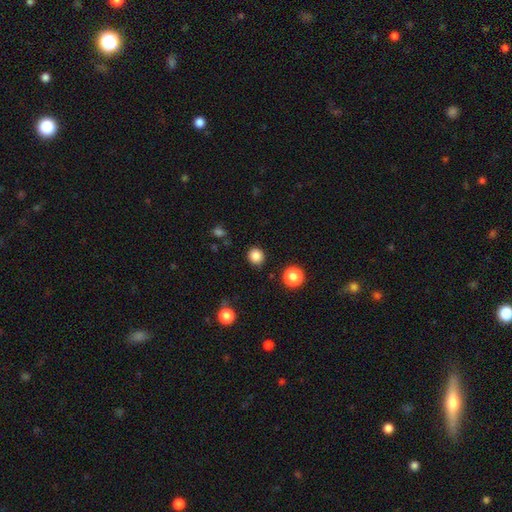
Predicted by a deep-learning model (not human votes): A smooth galaxy with no disk features (85%) that is round (88%). Merging: none (89%).